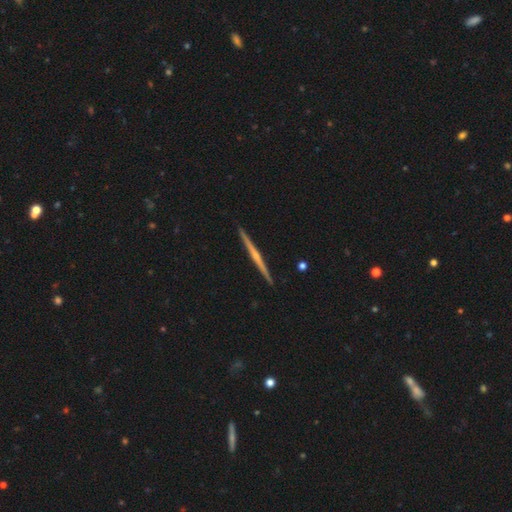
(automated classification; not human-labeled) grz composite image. It shows a featured or disk galaxy (76%) viewed edge-on (99%) with a rounded central bulge (57%). Merging: none (93%).